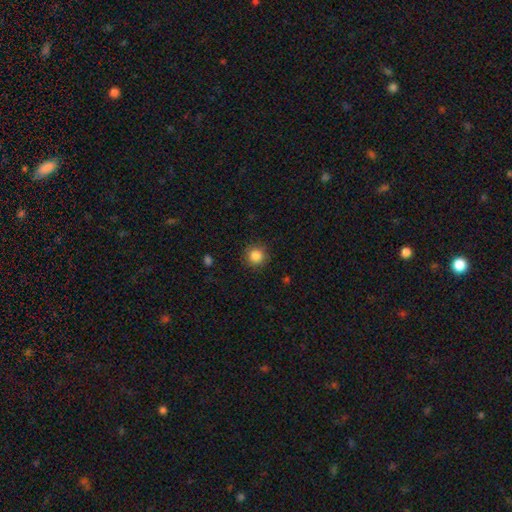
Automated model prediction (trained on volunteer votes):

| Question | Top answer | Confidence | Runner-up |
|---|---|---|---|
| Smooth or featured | smooth | 85% | star or artifact (10%) |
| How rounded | round | 94% | in between (5%) |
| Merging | none | 89% | minor disturbance (8%) |